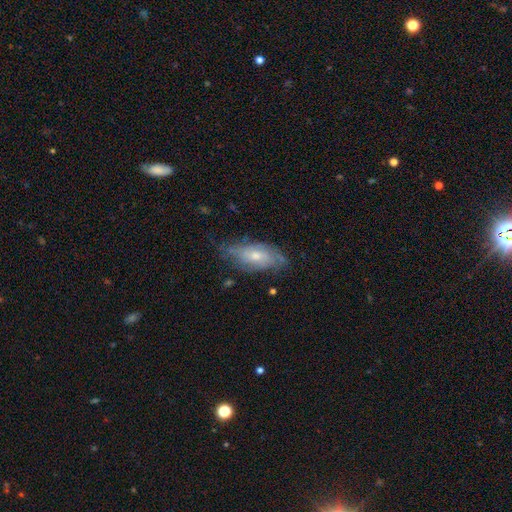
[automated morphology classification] type=featured or disk (56%); edge-on=no (87%); merging=none (61%).